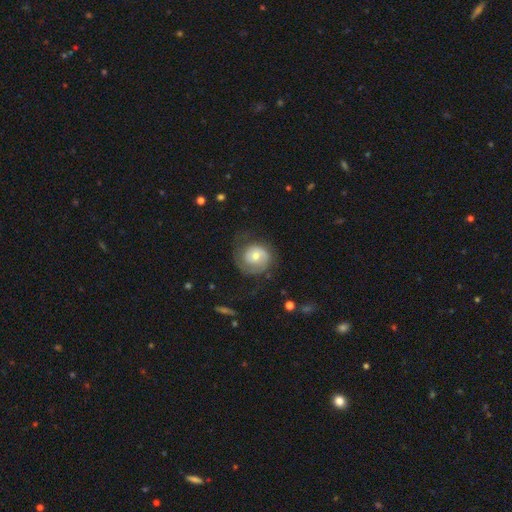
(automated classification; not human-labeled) Smooth or featured? Predicted: featured or disk (p=0.61). Edge-on disk? Predicted: no (p=0.97). Bar? Predicted: no (p=0.70). Spiral arms? Predicted: yes (p=0.86). Spiral winding? Predicted: tight (p=0.49). Spiral arm count? Predicted: 2 (p=0.41). Bulge size? Predicted: moderate (p=0.47). Merging? Predicted: none (p=0.58).